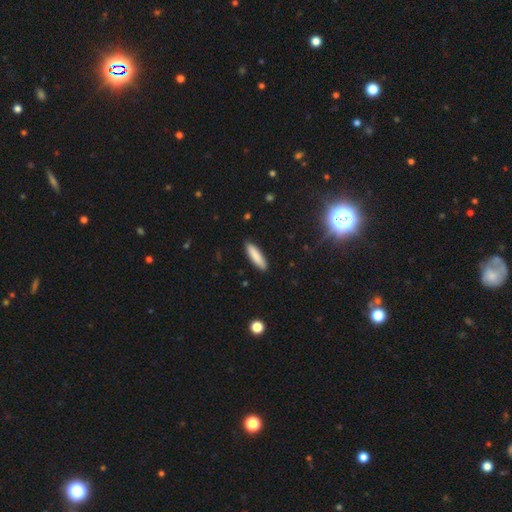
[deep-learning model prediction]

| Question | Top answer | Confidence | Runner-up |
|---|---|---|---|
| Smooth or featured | smooth | 86% | featured or disk (8%) |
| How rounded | cigar-shaped | 68% | in between (30%) |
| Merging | none | 89% | minor disturbance (8%) |